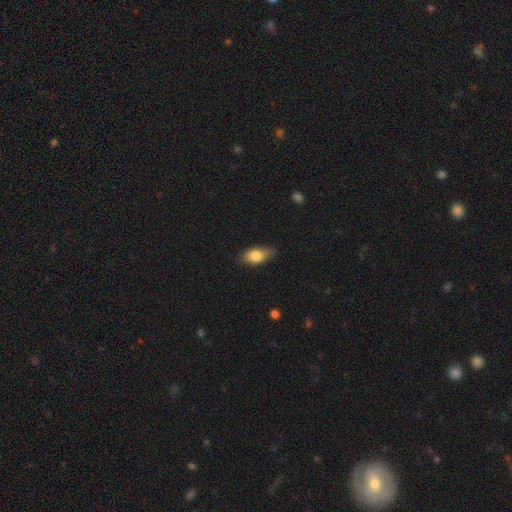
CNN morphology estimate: Q: Smooth or featured?
A: smooth (80%); runner-up: featured or disk (13%)
Q: How rounded?
A: in between (87%); runner-up: cigar-shaped (8%)
Q: Merging?
A: none (74%); runner-up: minor disturbance (21%)